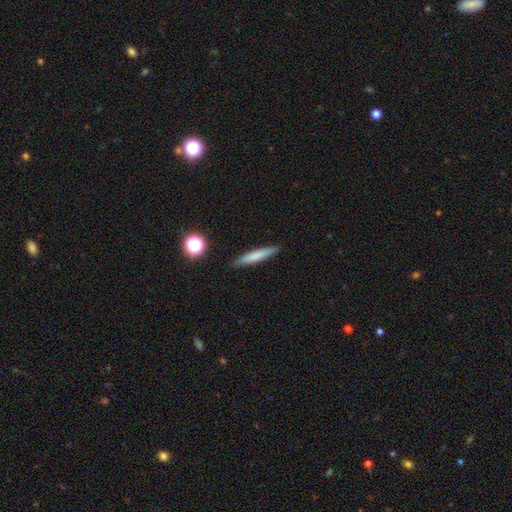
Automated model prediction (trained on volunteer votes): The model was most divided on "smooth or featured": smooth: 73%, featured or disk: 19%, star or artifact: 8%. More confident: how rounded — cigar-shaped (92%); merging — none (88%).